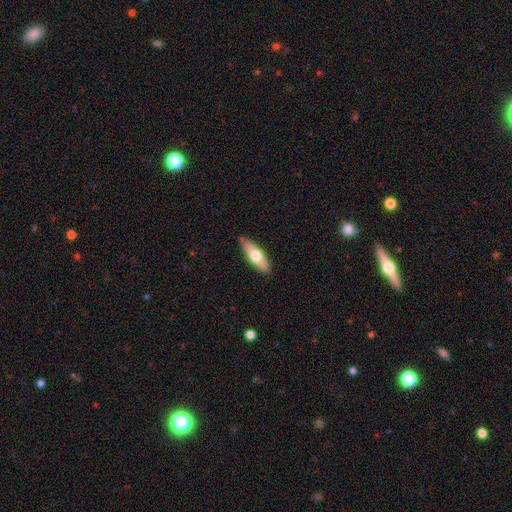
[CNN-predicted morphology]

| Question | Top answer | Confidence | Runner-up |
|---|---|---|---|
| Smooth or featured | smooth | 62% | featured or disk (32%) |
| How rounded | in between | 62% | cigar-shaped (36%) |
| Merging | none | 84% | minor disturbance (13%) |